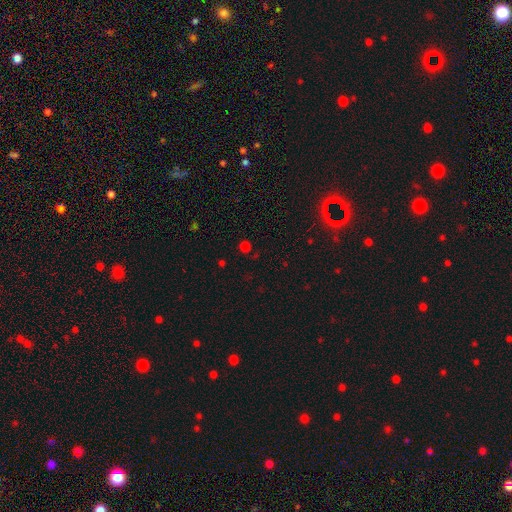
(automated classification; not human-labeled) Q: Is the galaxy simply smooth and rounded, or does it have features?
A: smooth — 60%.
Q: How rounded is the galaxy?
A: round — 89%.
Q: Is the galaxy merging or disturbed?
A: none — 85%.